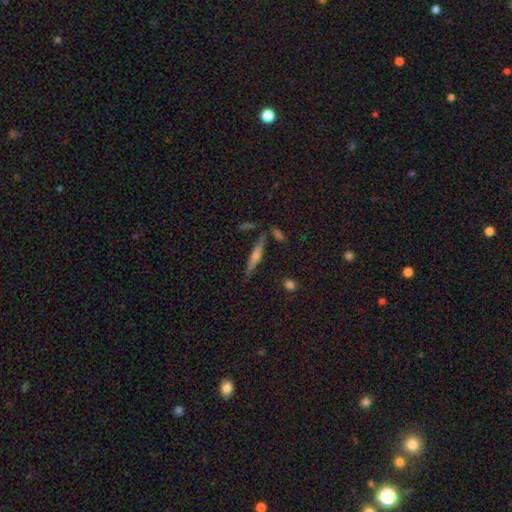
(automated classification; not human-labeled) Smooth or featured? featured or disk (58%)
Edge-on disk? yes (96%)
Edge-on bulge? rounded (76%)
Merging? none (81%)